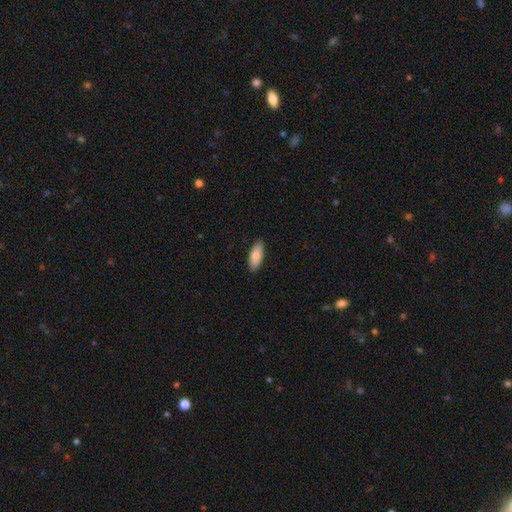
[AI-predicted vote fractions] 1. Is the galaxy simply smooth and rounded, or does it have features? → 85% smooth, 10% featured or disk, 6% star or artifact.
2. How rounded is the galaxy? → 80% in between, 18% cigar-shaped, 2% round.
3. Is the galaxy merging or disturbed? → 87% none, 10% minor disturbance, 2% major disturbance, 1% merger.